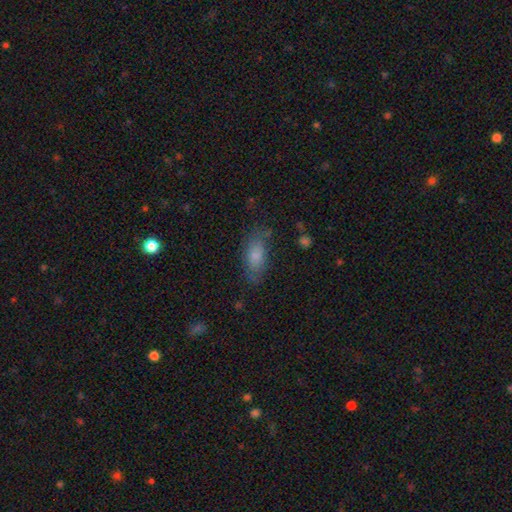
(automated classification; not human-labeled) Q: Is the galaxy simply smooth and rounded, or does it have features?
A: smooth — 79%.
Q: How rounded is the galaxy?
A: in between — 85%.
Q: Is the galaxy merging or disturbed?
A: none — 69%.